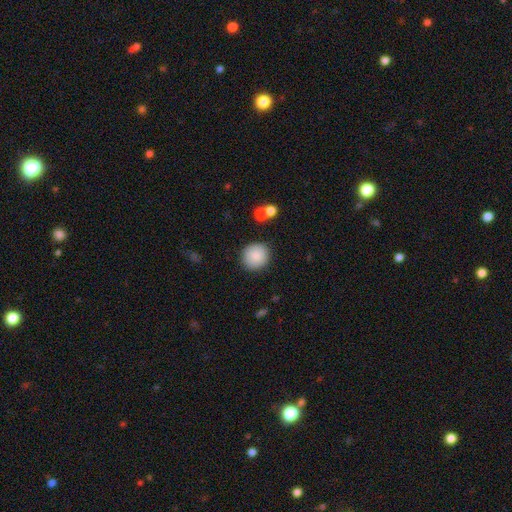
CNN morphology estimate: smooth-or-featured: smooth: 87% | star or artifact: 7% | featured or disk: 5%
  how-rounded: round: 89% | in between: 10% | cigar-shaped: 1%
  merging: none: 88% | minor disturbance: 7% | major disturbance: 2% | merger: 2%